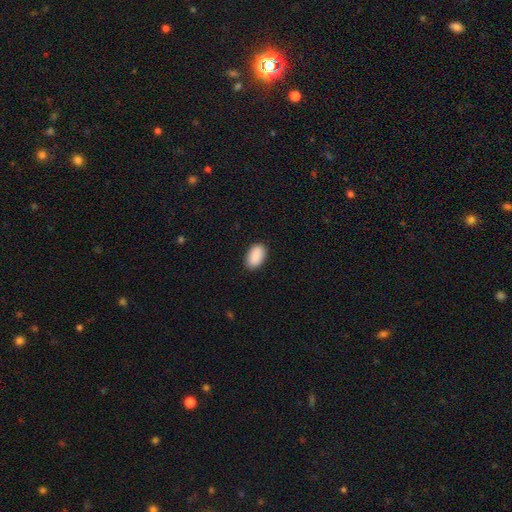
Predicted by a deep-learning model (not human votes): Morphology: type=smooth (91%); roundness=in between (94%); merging=none (88%).